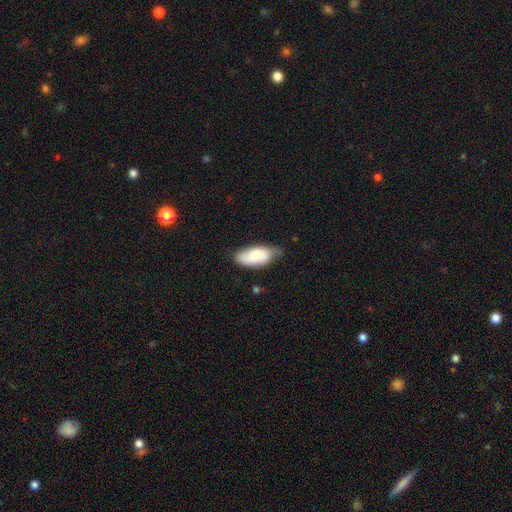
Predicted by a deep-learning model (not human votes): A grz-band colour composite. It shows a smooth galaxy with no disk features (79%) that is in between round and cigar-shaped (88%). Merging: none (58%).